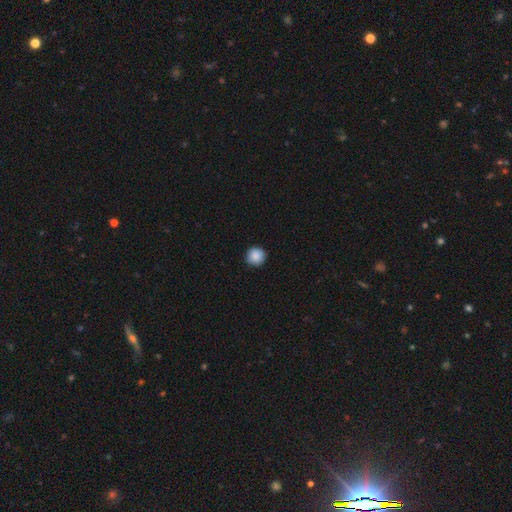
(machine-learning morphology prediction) type=smooth (88%); roundness=round (94%); merging=none (90%).